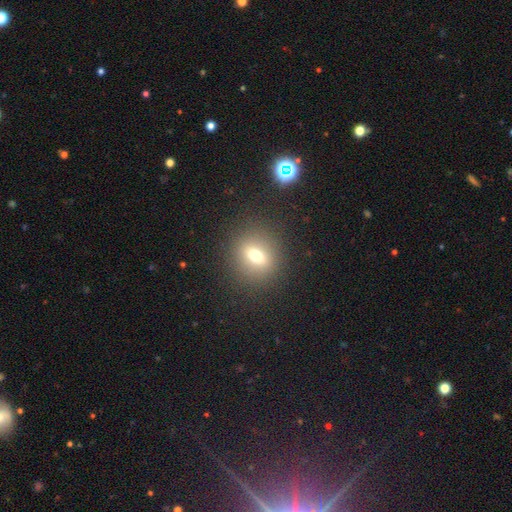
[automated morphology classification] Smooth or featured? Predicted: smooth (p=0.67). How rounded? Predicted: round (p=0.70). Merging? Predicted: none (p=0.87).